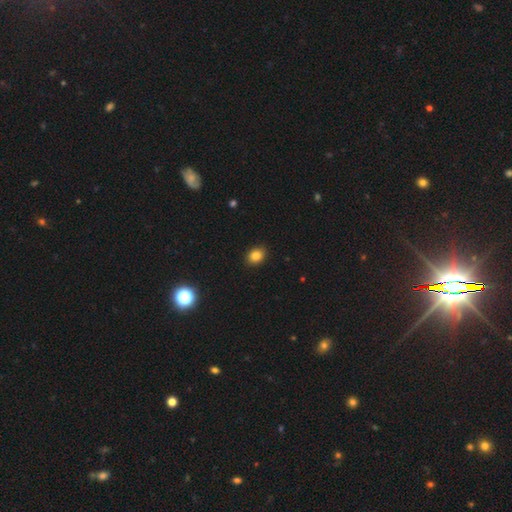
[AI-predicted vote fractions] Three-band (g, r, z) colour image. It shows a smooth galaxy with no disk features (84%) that is in between round and cigar-shaped (57%). Merging: none (90%).